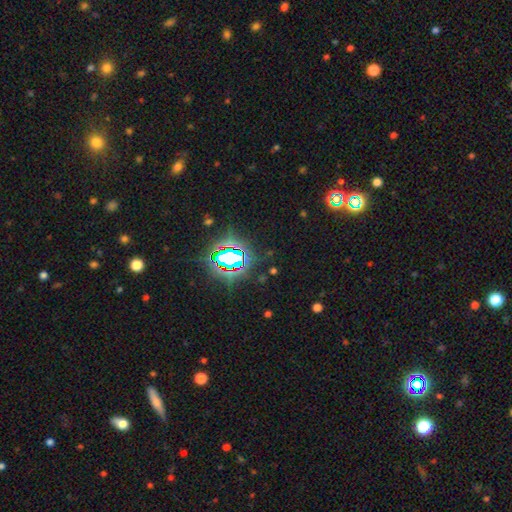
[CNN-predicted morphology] A star or artifact, not a galaxy (82%).